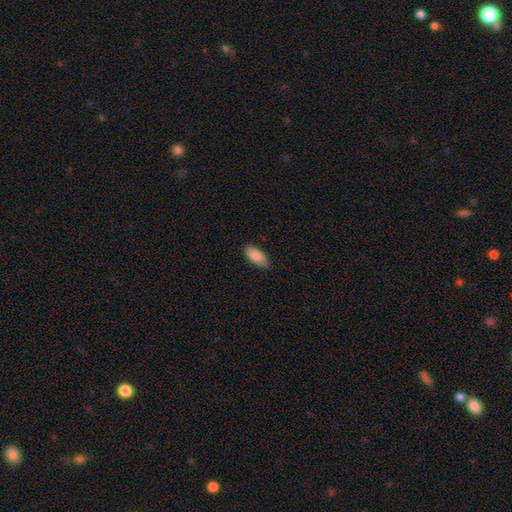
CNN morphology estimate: This appears to be a smooth galaxy with no disk features (88%) that is in between round and cigar-shaped (87%). Merging: none (82%).